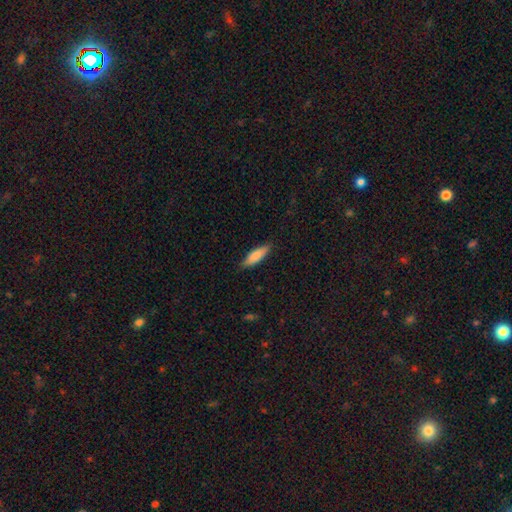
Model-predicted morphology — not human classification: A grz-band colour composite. It shows a smooth galaxy with no disk features (82%) that is cigar-shaped (50%). Merging: none (84%).